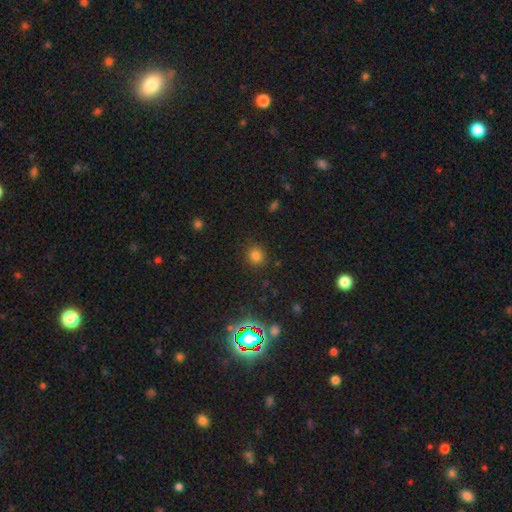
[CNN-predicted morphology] Smooth or featured: smooth — 77% (star or artifact — 17%)
How rounded: round — 88% (in between — 11%)
Merging: none — 88% (minor disturbance — 8%)